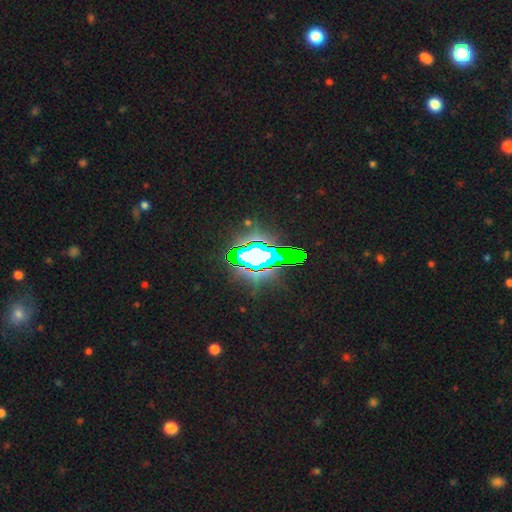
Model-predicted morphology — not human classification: Q: Smooth or featured?
A: star or artifact (68%); runner-up: smooth (17%)